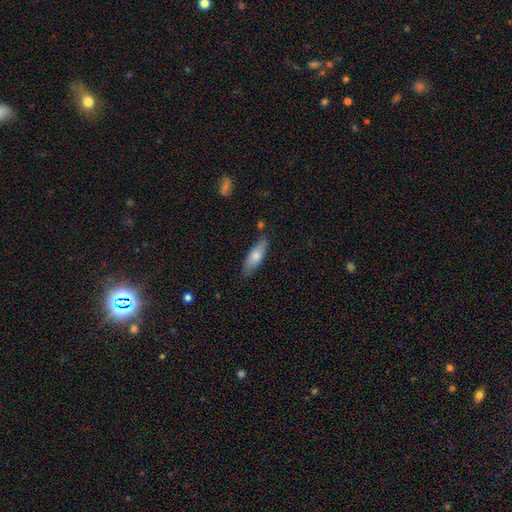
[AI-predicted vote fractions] smooth_or_featured: smooth (p=0.71) [alt: featured or disk p=0.24]
how_rounded: in between (p=0.52) [alt: cigar-shaped p=0.46]
merging: none (p=0.75) [alt: minor disturbance p=0.18]